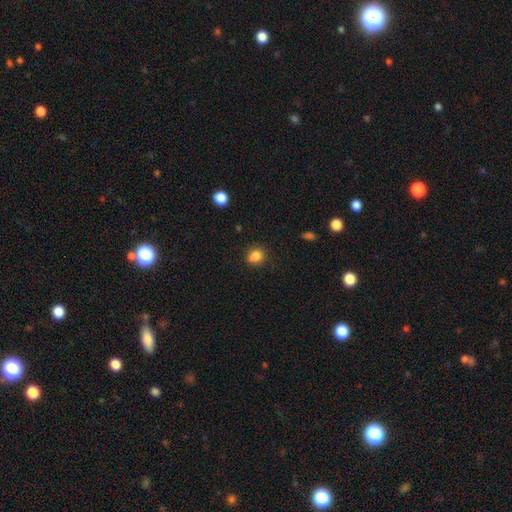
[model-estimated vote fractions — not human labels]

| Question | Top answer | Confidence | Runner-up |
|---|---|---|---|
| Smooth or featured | smooth | 83% | star or artifact (11%) |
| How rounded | round | 73% | in between (26%) |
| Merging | none | 67% | minor disturbance (18%) |